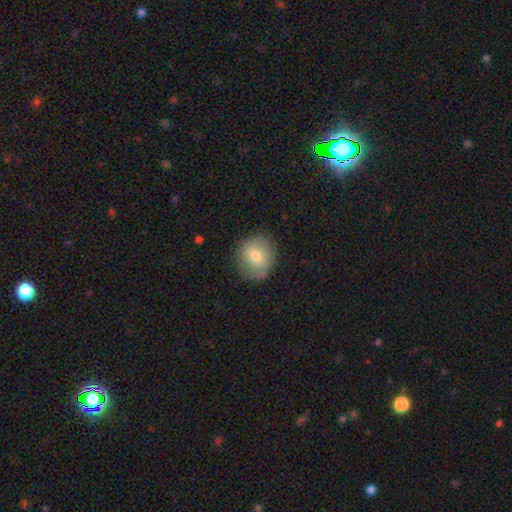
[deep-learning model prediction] This appears to be a smooth galaxy with no disk features (71%) that is round (77%). Merging: none (76%).